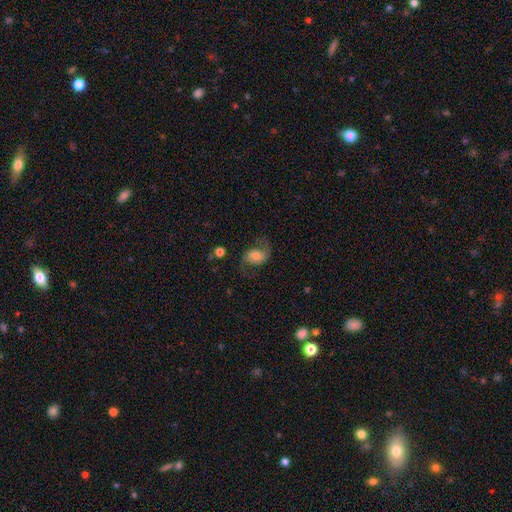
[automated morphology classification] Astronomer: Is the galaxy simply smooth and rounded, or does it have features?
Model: featured or disk — 68%.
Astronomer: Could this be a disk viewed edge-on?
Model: no — 97%.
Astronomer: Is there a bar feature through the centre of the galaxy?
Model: no — 52% (runner-up: weak, 35%).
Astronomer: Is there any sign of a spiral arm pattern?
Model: yes — 92%.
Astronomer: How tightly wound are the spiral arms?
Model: loose — 58% (runner-up: medium, 34%).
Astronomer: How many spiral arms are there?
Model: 2 — 91%.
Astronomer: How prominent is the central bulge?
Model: moderate — 46% (runner-up: small, 33%).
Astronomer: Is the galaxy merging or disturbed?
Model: none — 69%.